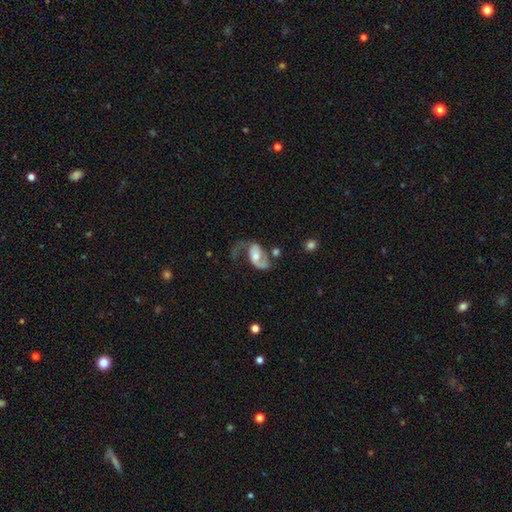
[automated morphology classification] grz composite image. It shows a featured or disk galaxy (67%) with no bar (60%), 2 (56%) loose (57%) spiral arms (84%) and a moderate central bulge (57%). Merging: major disturbance (42%).